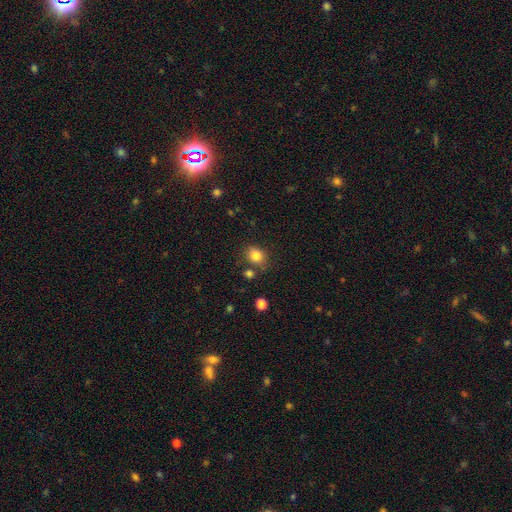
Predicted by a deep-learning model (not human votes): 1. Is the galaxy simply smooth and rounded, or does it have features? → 83% smooth, 11% star or artifact, 6% featured or disk.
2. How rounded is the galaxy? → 64% round, 36% in between, 1% cigar-shaped.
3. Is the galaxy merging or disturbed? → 73% none, 14% minor disturbance, 9% merger, 4% major disturbance.